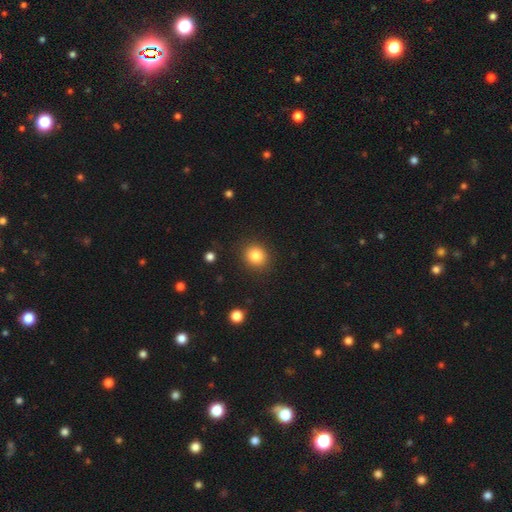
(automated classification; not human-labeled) Smooth or featured? smooth (84%)
How rounded? round (78%)
Merging? none (88%)